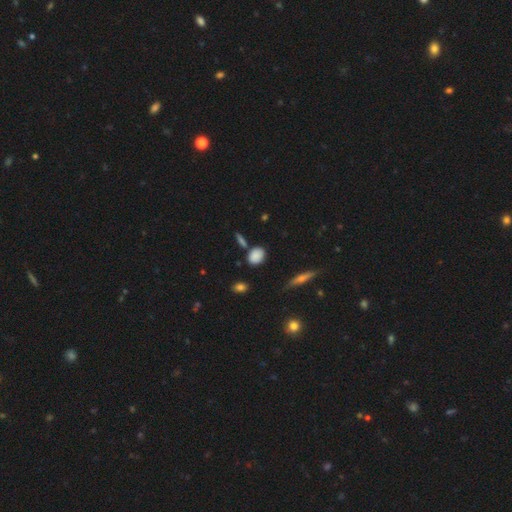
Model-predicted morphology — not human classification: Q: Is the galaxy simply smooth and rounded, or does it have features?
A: smooth — 83%.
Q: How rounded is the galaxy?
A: in between — 62%.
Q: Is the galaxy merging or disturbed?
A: none — 75%.